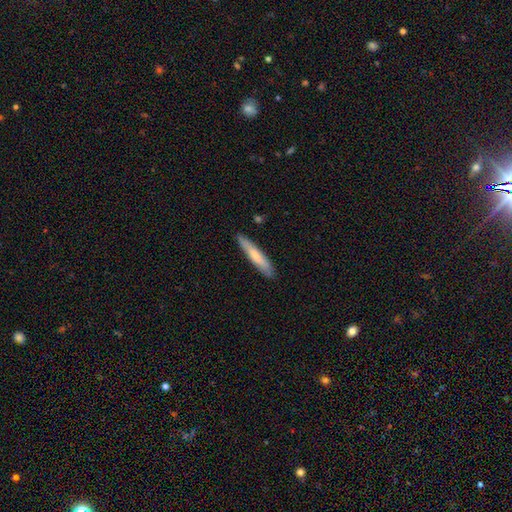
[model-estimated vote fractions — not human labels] Q: Smooth or featured?
A: smooth (68%); runner-up: featured or disk (26%)
Q: How rounded?
A: cigar-shaped (91%); runner-up: in between (8%)
Q: Merging?
A: none (86%); runner-up: minor disturbance (11%)